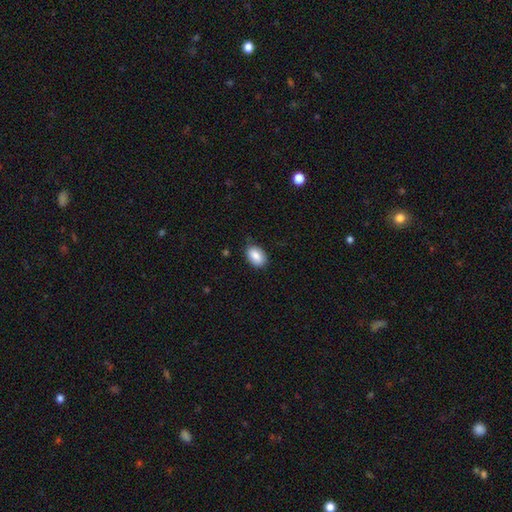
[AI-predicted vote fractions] The model was most divided on "merging": none: 76%, minor disturbance: 19%, major disturbance: 3%, merger: 1%. More confident: how rounded — in between (88%); smooth or featured — smooth (87%).